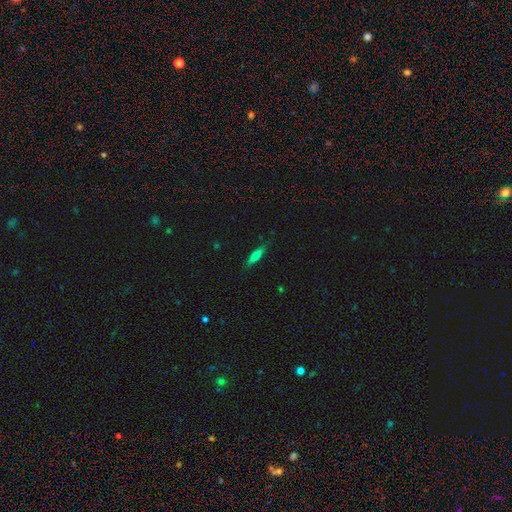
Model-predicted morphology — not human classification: Overall: smooth (57%; featured or disk 35%). How rounded: cigar-shaped (69%). Merging: none (84%).